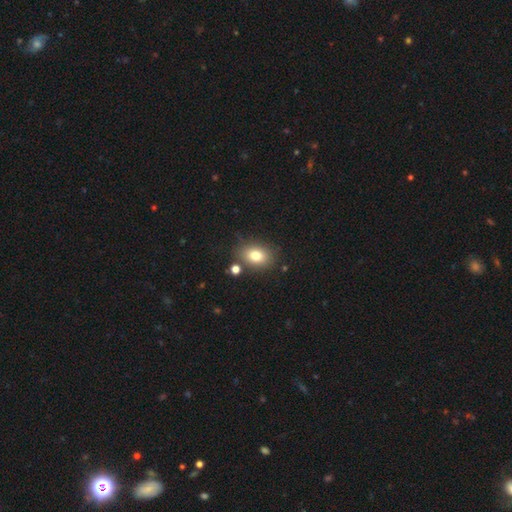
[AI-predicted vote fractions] Smooth or featured? Predicted: smooth (p=0.80). How rounded? Predicted: in between (p=0.72). Merging? Predicted: none (p=0.78).